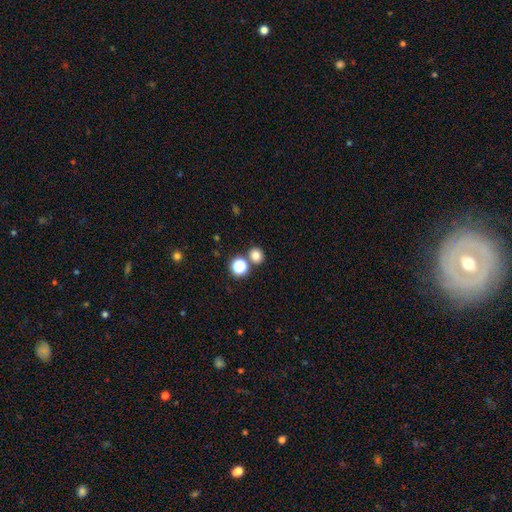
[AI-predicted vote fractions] Smooth or featured: smooth — 78% (star or artifact — 16%)
How rounded: round — 83% (in between — 16%)
Merging: none — 75% (merger — 16%)